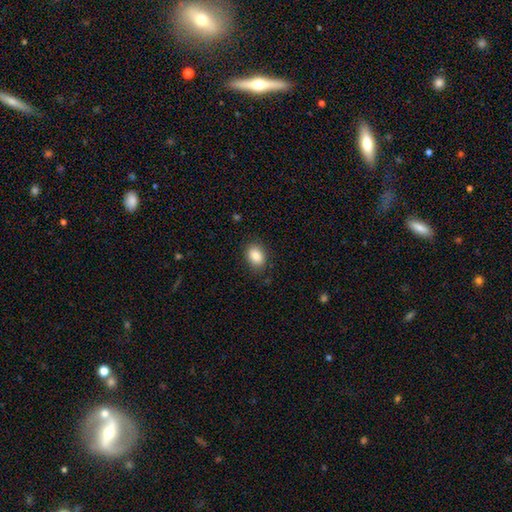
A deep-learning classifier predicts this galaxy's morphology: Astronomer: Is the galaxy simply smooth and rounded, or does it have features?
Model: smooth — 87%.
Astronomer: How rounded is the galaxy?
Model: in between — 78%.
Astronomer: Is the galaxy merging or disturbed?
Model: none — 84%.